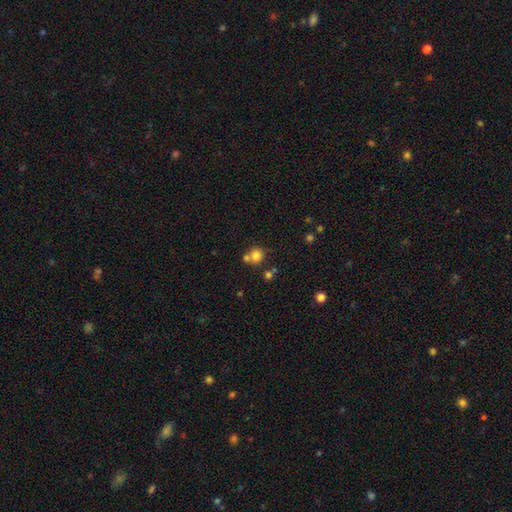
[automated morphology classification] Smooth or featured? Predicted: smooth (p=0.78). How rounded? Predicted: round (p=0.88). Merging? Predicted: none (p=0.56).